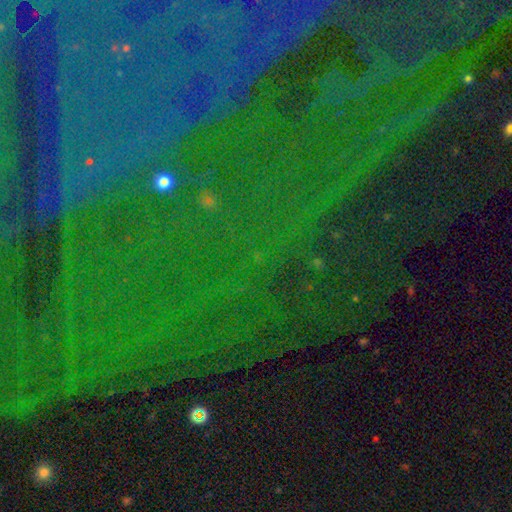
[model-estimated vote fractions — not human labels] star or artifact 80%, featured or disk 11%, smooth 9%.